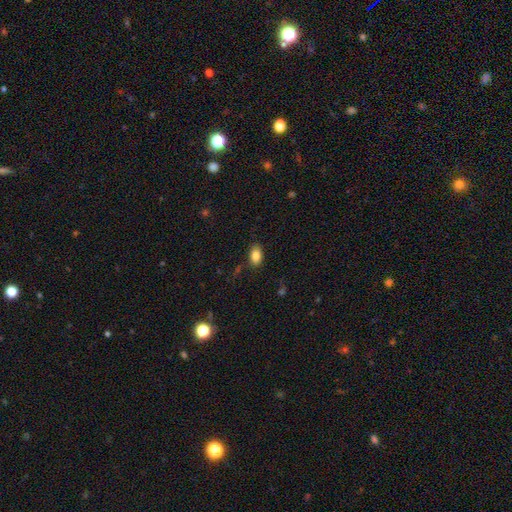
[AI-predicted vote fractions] The model was most divided on "merging": none: 81%, minor disturbance: 14%, major disturbance: 3%, merger: 2%. More confident: how rounded — in between (87%); smooth or featured — smooth (85%).